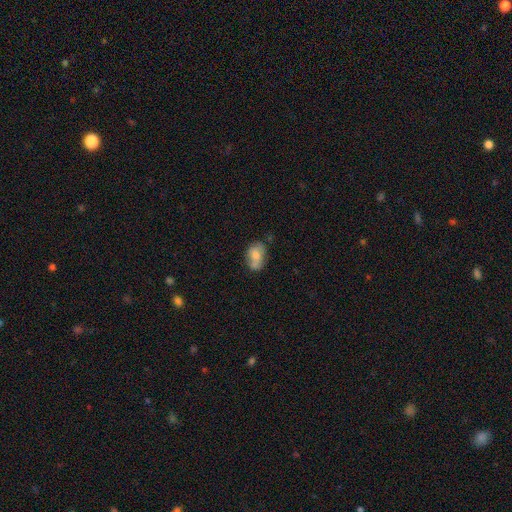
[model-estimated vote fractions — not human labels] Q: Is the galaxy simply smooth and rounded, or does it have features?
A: smooth — 69%.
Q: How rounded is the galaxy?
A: in between — 81%.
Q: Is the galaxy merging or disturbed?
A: none — 49%.